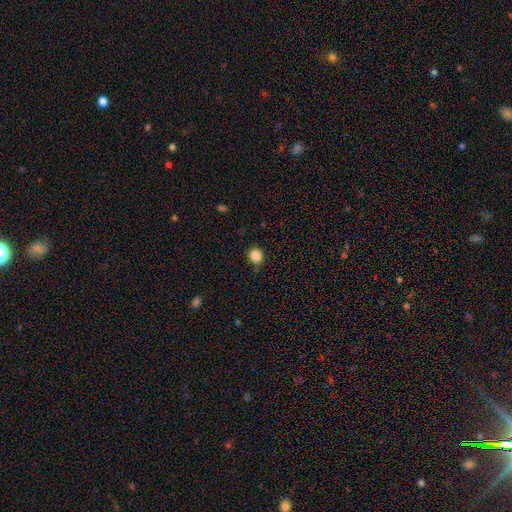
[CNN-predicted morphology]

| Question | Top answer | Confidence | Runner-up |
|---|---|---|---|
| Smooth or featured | smooth | 86% | star or artifact (11%) |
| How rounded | round | 86% | in between (13%) |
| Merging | none | 82% | minor disturbance (13%) |